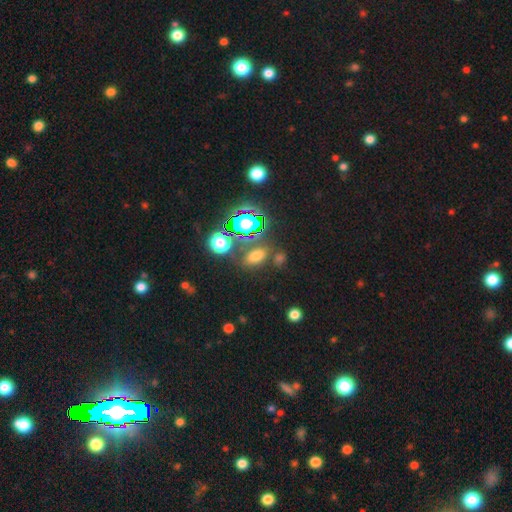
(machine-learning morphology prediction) The model was most divided on "smooth or featured": smooth: 61%, star or artifact: 29%, featured or disk: 10%. More confident: how rounded — in between (79%); merging — none (72%).